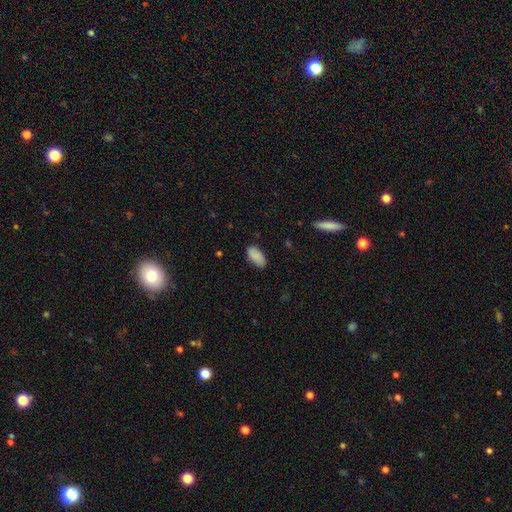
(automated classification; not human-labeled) A smooth galaxy with no disk features (85%) that is in between round and cigar-shaped (94%). Merging: none (80%).